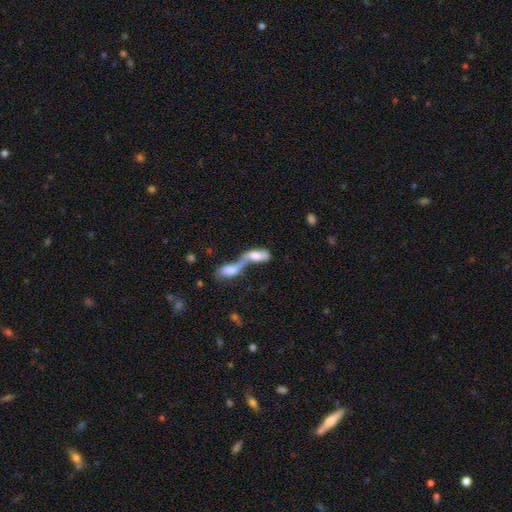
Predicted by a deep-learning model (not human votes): Morphology: type=smooth (62%); roundness=in between (77%); merging=merger (82%).